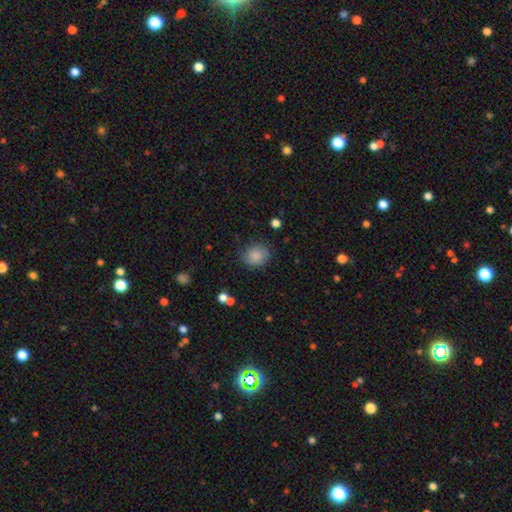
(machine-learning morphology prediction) Smooth or featured? Predicted: smooth (p=0.85). How rounded? Predicted: round (p=0.67). Merging? Predicted: none (p=0.78).